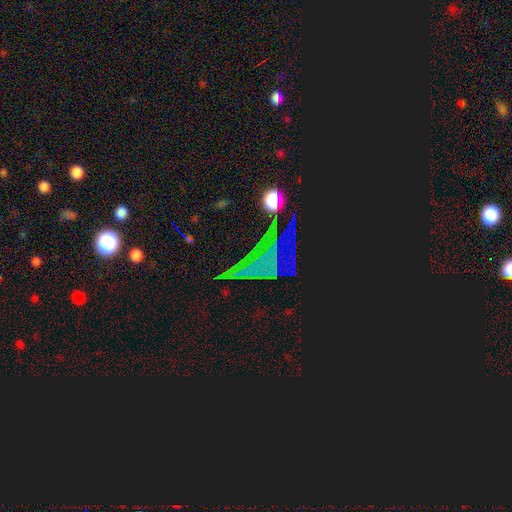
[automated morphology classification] type=star or artifact (66%).